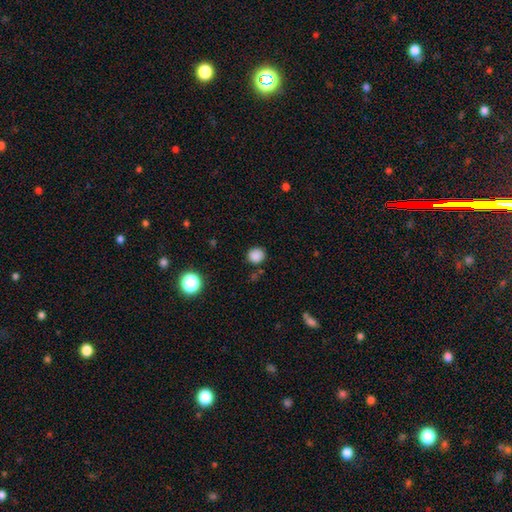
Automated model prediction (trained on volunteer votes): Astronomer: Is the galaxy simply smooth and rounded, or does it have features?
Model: smooth — 85%.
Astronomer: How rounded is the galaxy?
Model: round — 86%.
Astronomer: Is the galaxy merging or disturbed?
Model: none — 84%.